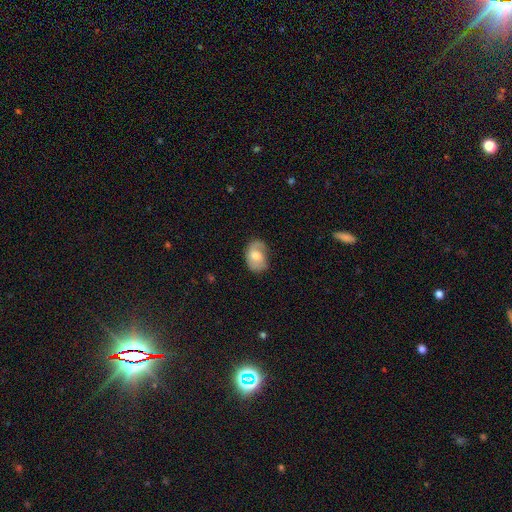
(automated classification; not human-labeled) Smooth or featured?
  - smooth: 51% *
  - featured or disk: 42%
  - star or artifact: 7%
How rounded?
  - in between: 77% *
  - round: 21%
  - cigar-shaped: 1%
Merging?
  - none: 60% *
  - minor disturbance: 28%
  - major disturbance: 10%
  - merger: 2%